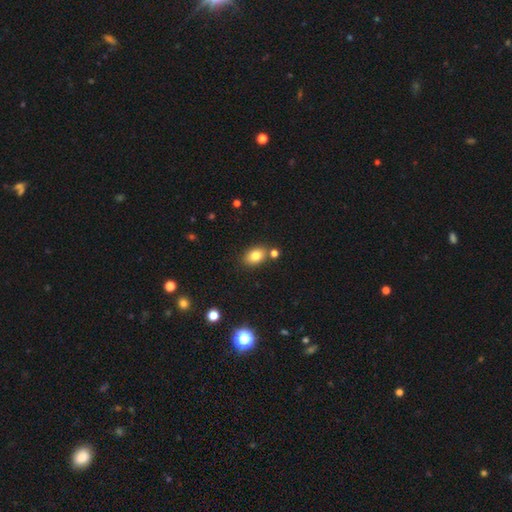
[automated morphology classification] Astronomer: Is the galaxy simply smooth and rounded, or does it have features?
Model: smooth — 80%.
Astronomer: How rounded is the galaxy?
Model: in between — 78%.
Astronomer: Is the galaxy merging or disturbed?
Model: none — 76%.